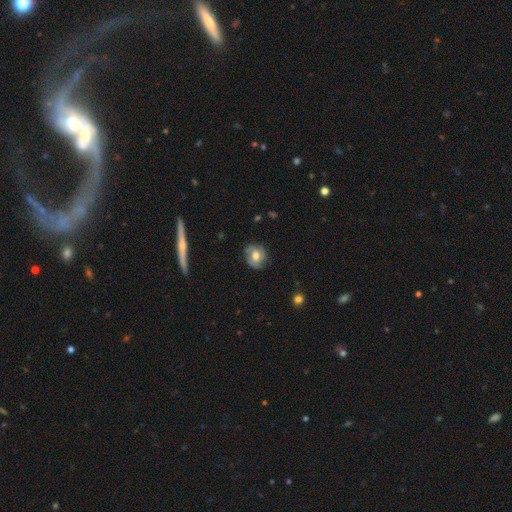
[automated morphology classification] Overall: featured or disk (57%; smooth 36%). Edge-on disk: no (95%). Bar: no (68%). Spiral arms: yes (84%). Bulge size: moderate (63%; large 25%). Merging: none (76%).